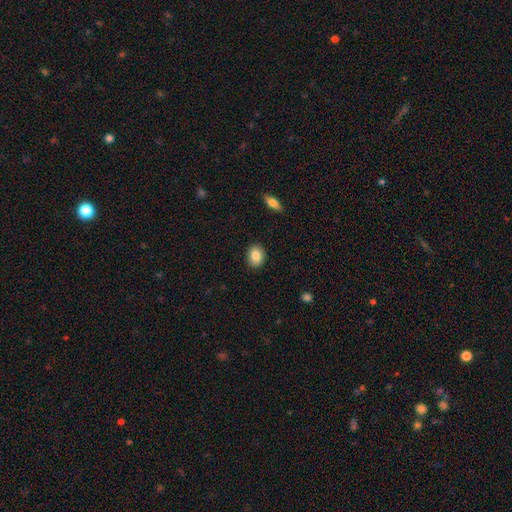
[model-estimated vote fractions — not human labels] smooth_or_featured: smooth (p=0.85) [alt: star or artifact p=0.08]
how_rounded: in between (p=0.57) [alt: round p=0.42]
merging: none (p=0.90) [alt: minor disturbance p=0.07]